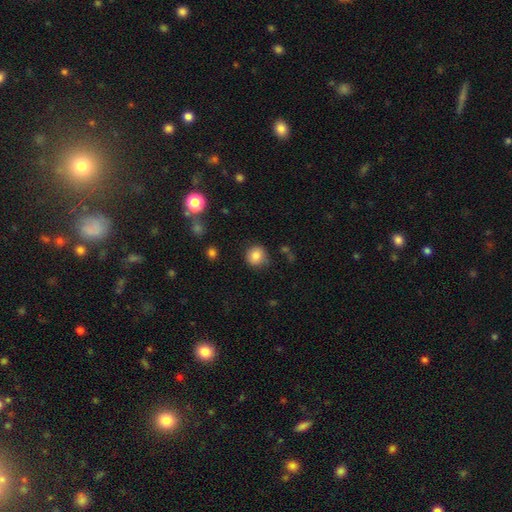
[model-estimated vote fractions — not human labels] This appears to be a smooth galaxy with no disk features (84%) that is round (89%). Merging: none (83%).